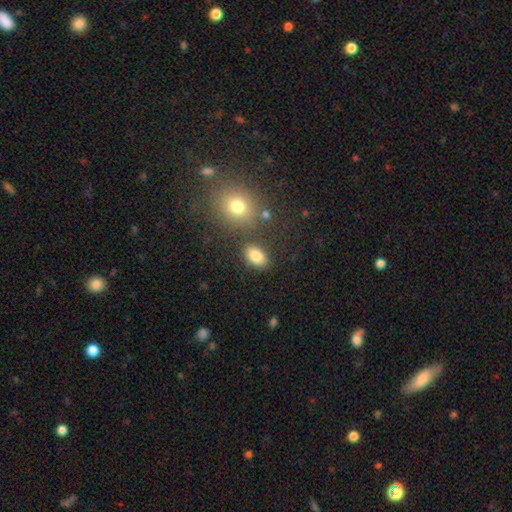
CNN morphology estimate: smooth_or_featured: smooth (p=0.83) [alt: star or artifact p=0.10]
how_rounded: in between (p=0.85) [alt: round p=0.13]
merging: none (p=0.78) [alt: minor disturbance p=0.11]